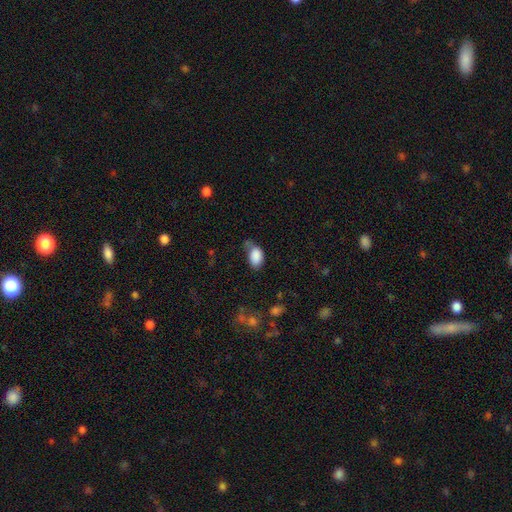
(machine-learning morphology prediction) This appears to be a smooth galaxy with no disk features (87%) that is in between round and cigar-shaped (90%). Merging: none (52%).